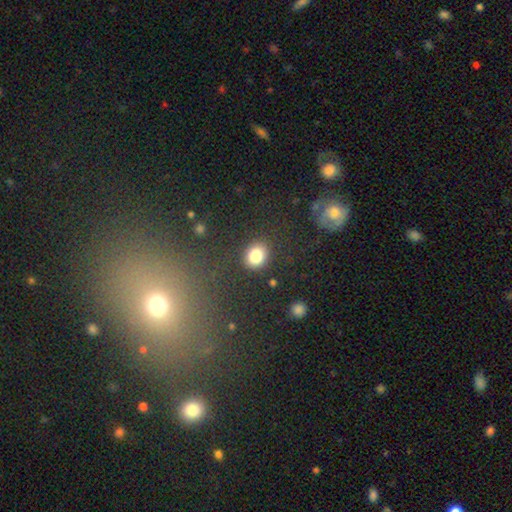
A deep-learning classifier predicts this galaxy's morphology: Smooth or featured: smooth — 83% (star or artifact — 10%)
How rounded: round — 58% (in between — 41%)
Merging: none — 85% (minor disturbance — 9%)